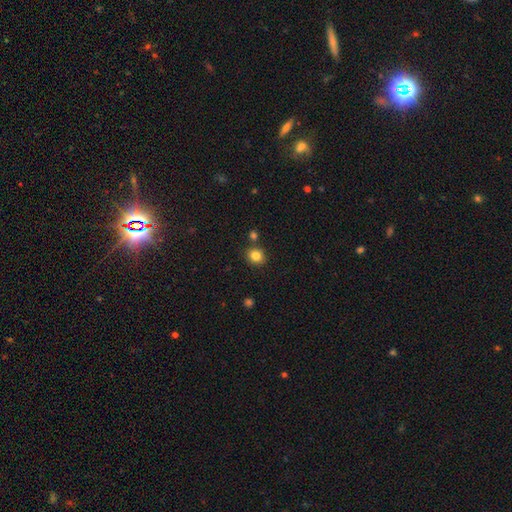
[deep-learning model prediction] The model was most divided on "how rounded": round: 79%, in between: 20%, cigar-shaped: 1%. More confident: smooth or featured — smooth (83%); merging — none (81%).